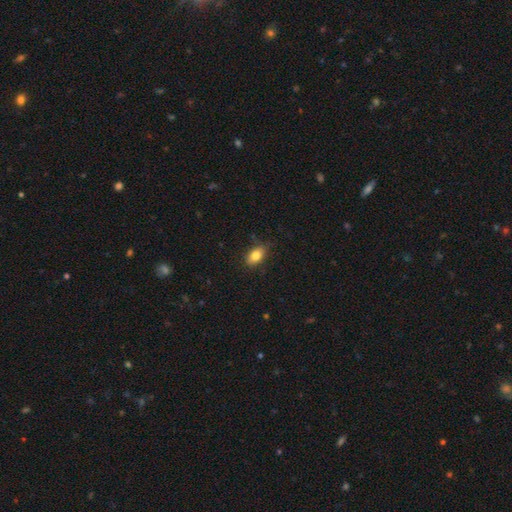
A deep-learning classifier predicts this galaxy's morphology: Smooth or featured: smooth — 81% (featured or disk — 10%)
How rounded: in between — 87% (round — 9%)
Merging: none — 82% (minor disturbance — 14%)